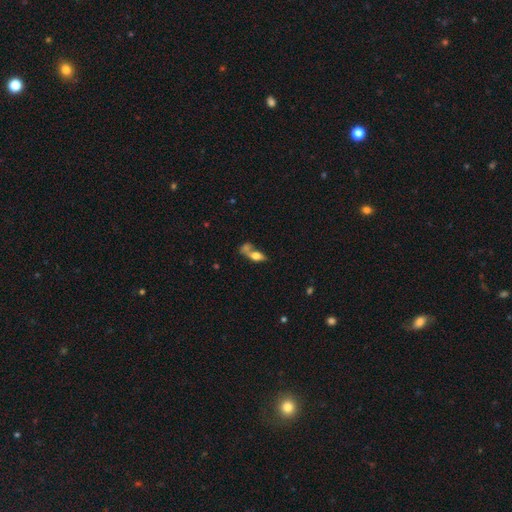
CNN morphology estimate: A smooth galaxy with no disk features (61%) that is in between round and cigar-shaped (71%). Merging: merger (44%).